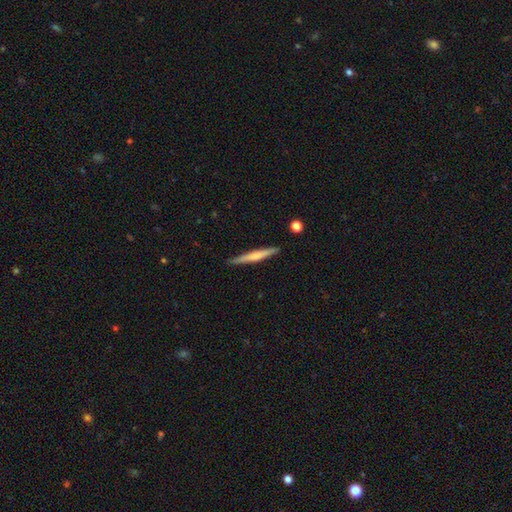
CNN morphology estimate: The model was most divided on "smooth or featured": smooth: 49%, featured or disk: 46%, star or artifact: 5%. More confident: merging — none (89%).